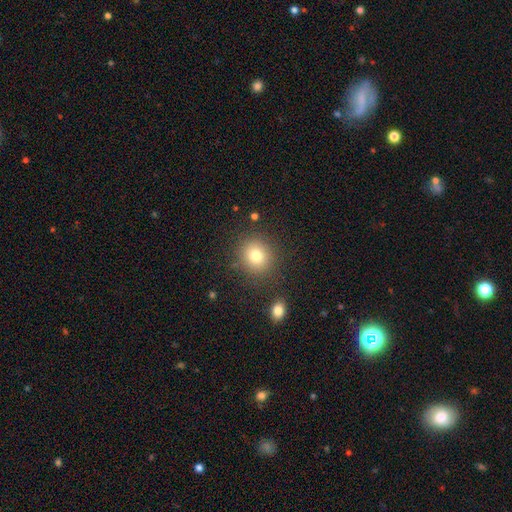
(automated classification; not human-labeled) This appears to be a smooth galaxy with no disk features (79%) that is round (84%). Merging: none (85%).